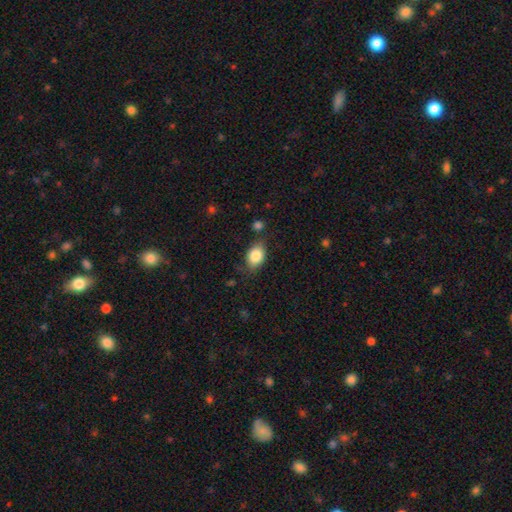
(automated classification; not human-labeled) The model was most divided on "merging": none: 70%, minor disturbance: 21%, major disturbance: 5%, merger: 4%. More confident: smooth or featured — smooth (84%); how rounded — in between (79%).